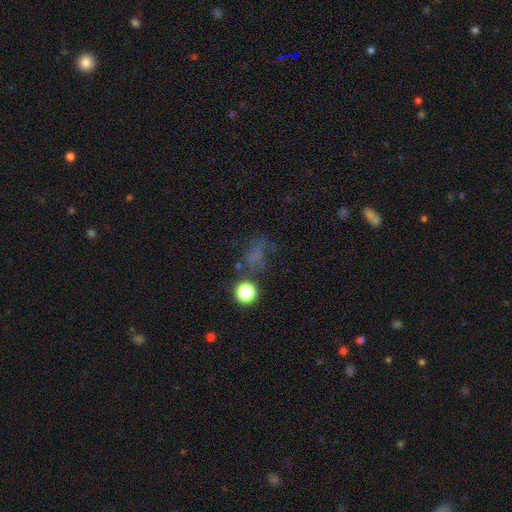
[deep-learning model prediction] Morphology: type=smooth (48%); merging=none (49%).